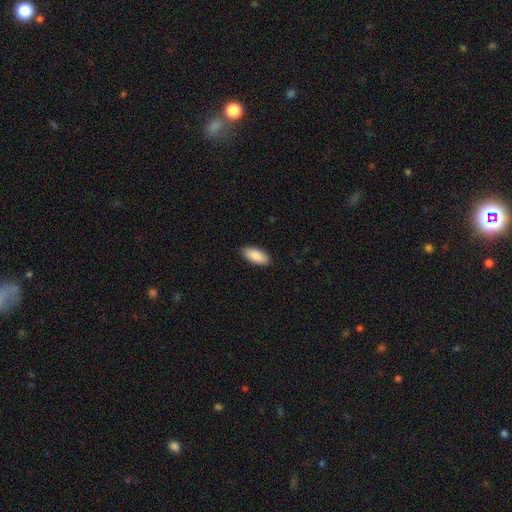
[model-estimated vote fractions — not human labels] smooth 88%, featured or disk 6%, star or artifact 6%. Down the decision tree: how rounded — in between (89%); merging — none (89%).